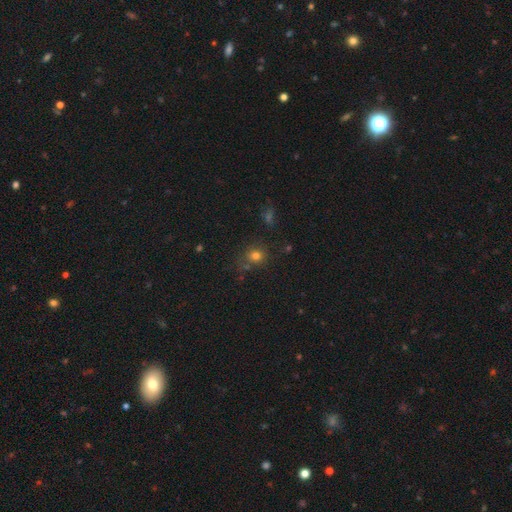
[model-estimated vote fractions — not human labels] Smooth or featured? smooth (75%)
How rounded? round (80%)
Merging? none (72%)